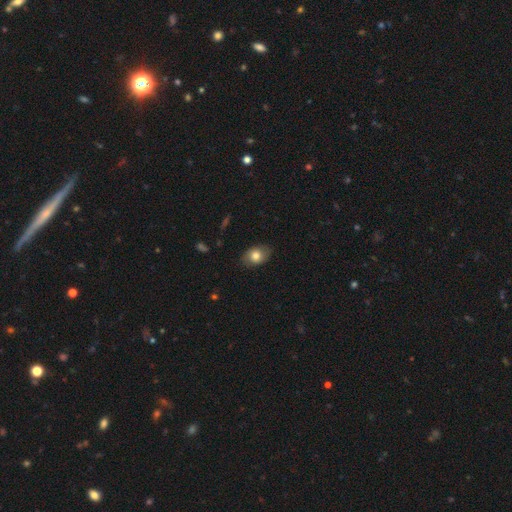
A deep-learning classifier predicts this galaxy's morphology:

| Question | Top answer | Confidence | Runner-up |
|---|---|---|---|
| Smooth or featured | smooth | 77% | featured or disk (14%) |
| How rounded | in between | 76% | round (23%) |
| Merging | none | 80% | minor disturbance (16%) |